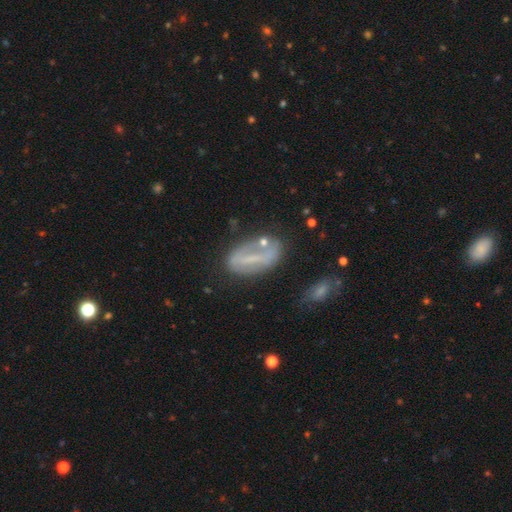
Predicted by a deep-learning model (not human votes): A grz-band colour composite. It shows a featured or disk galaxy (53%). Merging: none (60%).